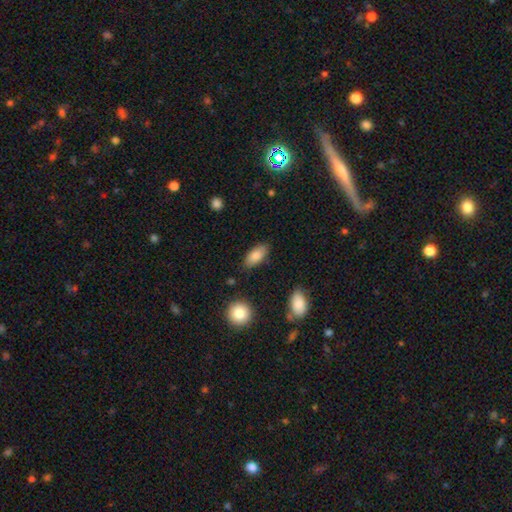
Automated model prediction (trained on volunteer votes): The model was most divided on "merging": none: 82%, minor disturbance: 13%, major disturbance: 3%, merger: 2%. More confident: how rounded — in between (90%); smooth or featured — smooth (84%).